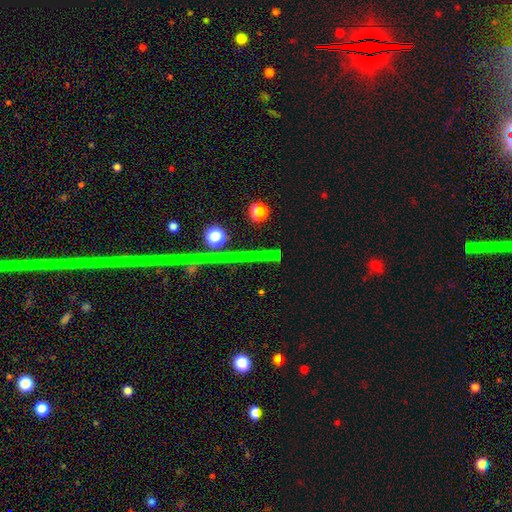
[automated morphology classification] Smooth or featured: star or artifact — 78% (featured or disk — 12%)